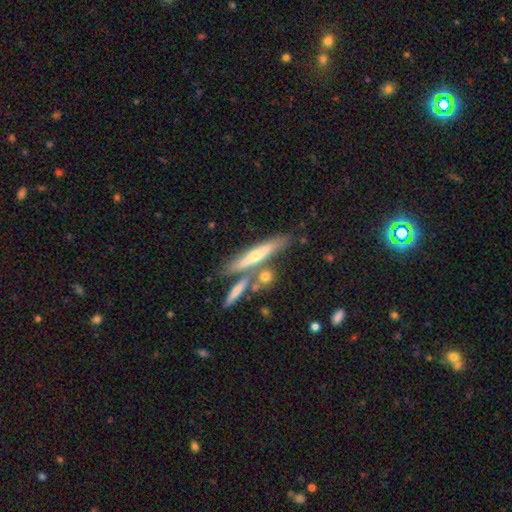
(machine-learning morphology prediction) Smooth or featured? Predicted: featured or disk (p=0.63). Edge-on disk? Predicted: yes (p=0.91). Edge-on bulge? Predicted: rounded (p=0.72). Merging? Predicted: none (p=0.64).